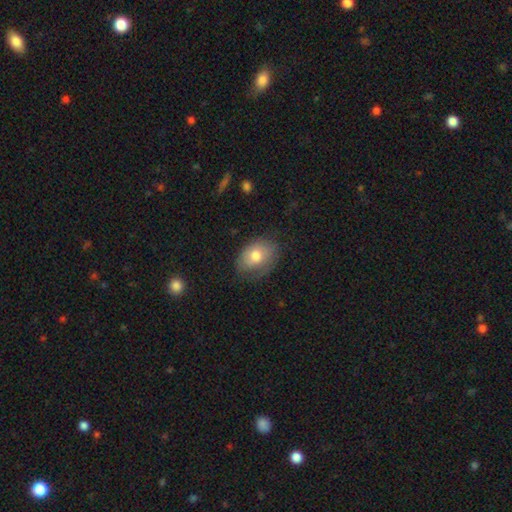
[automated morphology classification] Smooth or featured? Predicted: smooth (p=0.70). How rounded? Predicted: in between (p=0.77). Merging? Predicted: none (p=0.67).